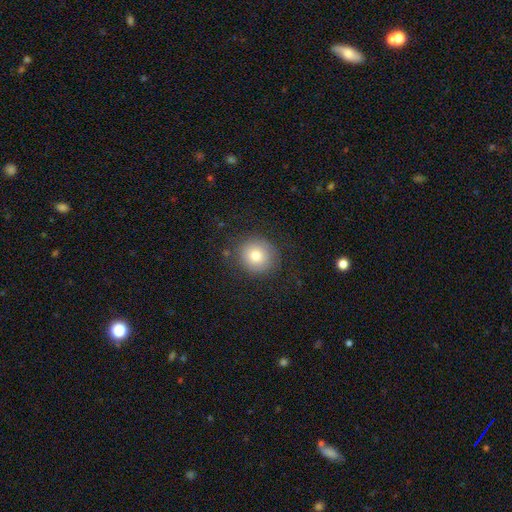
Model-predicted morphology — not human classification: Smooth or featured?
  - smooth: 79% *
  - featured or disk: 11%
  - star or artifact: 10%
How rounded?
  - round: 88% *
  - in between: 11%
  - cigar-shaped: 1%
Merging?
  - none: 85% *
  - minor disturbance: 10%
  - major disturbance: 4%
  - merger: 1%